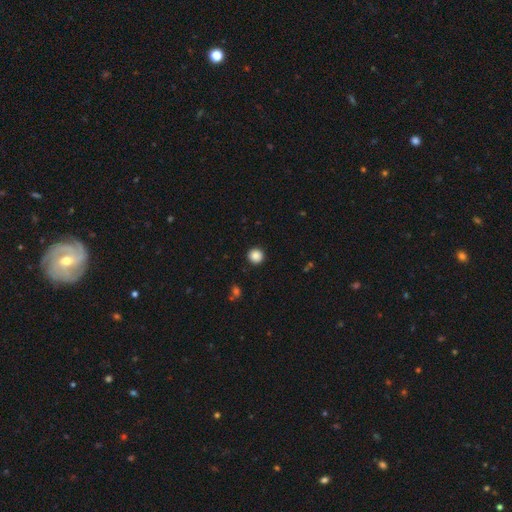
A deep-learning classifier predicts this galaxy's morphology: smooth 87%, star or artifact 10%, featured or disk 3%. Down the decision tree: how rounded — round (95%); merging — none (93%).